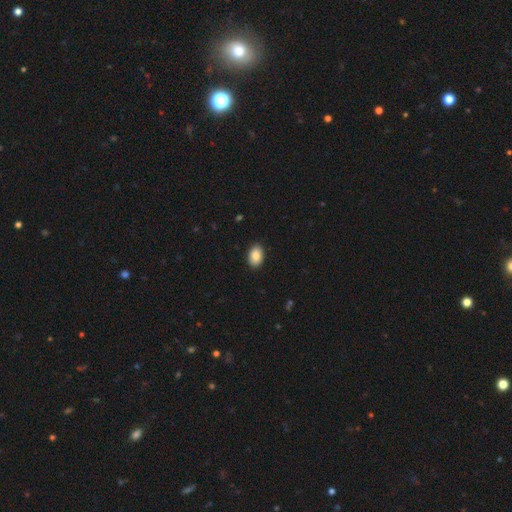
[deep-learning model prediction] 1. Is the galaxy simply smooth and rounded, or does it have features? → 88% smooth, 7% star or artifact, 5% featured or disk.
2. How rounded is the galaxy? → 88% in between, 10% round, 1% cigar-shaped.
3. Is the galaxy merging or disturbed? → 89% none, 8% minor disturbance, 2% major disturbance, 1% merger.